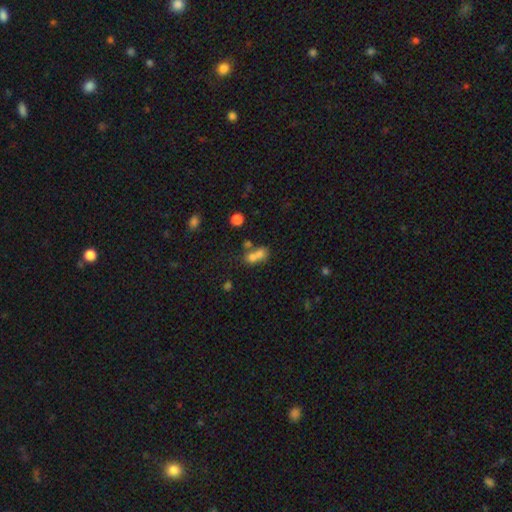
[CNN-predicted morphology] This is likely a smooth galaxy (66%). How rounded: possibly in between (50%). Merging: likely merger (64%).